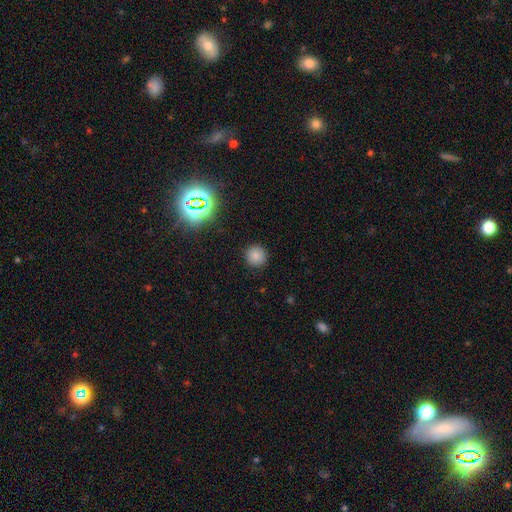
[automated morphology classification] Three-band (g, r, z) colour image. It shows a smooth galaxy with no disk features (80%) that is round (95%). Merging: none (91%).